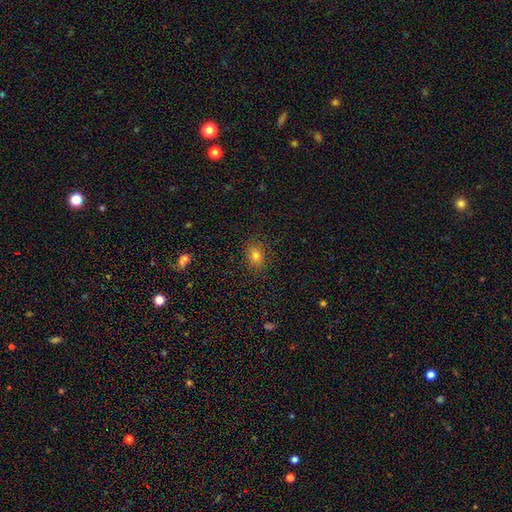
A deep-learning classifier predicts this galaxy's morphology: type=smooth (78%); roundness=round (51%); merging=none (86%).